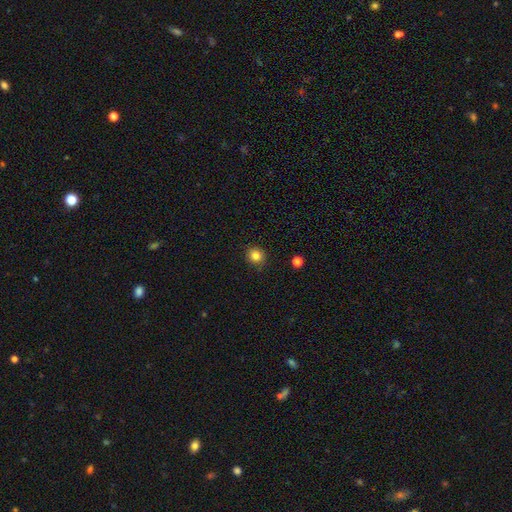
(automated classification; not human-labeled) Morphology: type=smooth (83%); roundness=round (88%); merging=none (88%).